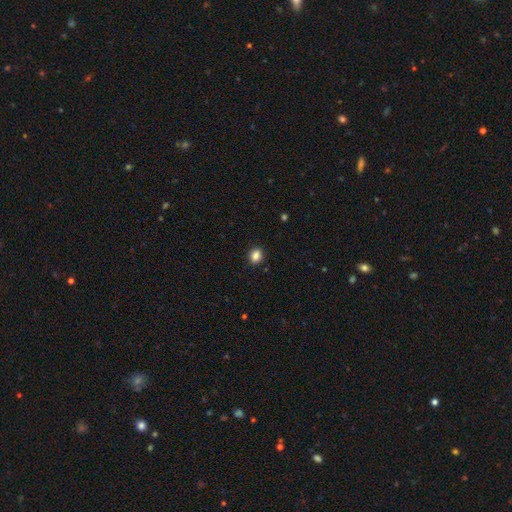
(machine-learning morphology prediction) This is clearly a smooth galaxy (86%). How rounded: likely round (64%). Merging: clearly none (90%).